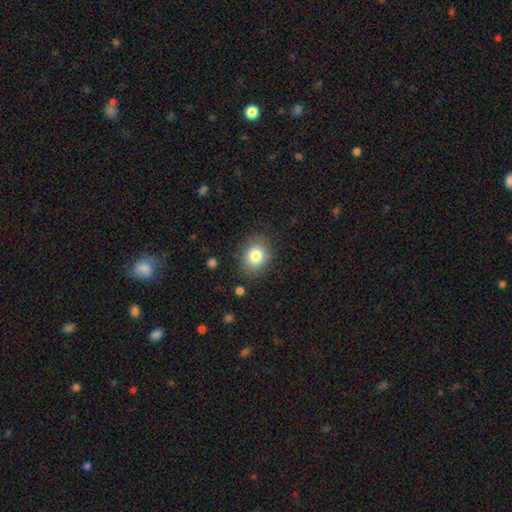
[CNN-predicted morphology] type=smooth (81%); roundness=round (51%); merging=none (84%).